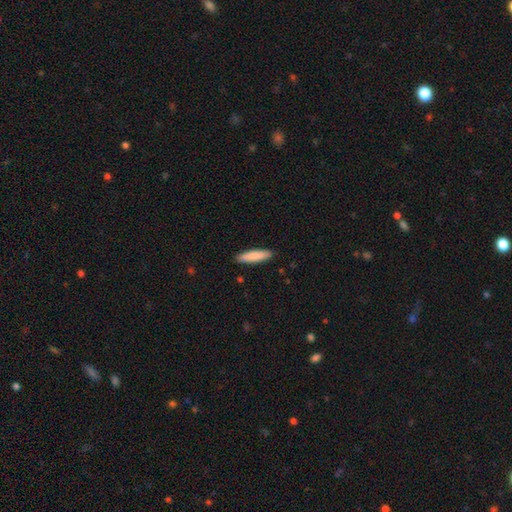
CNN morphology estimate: smooth 86%, featured or disk 9%, star or artifact 5%. Down the decision tree: how rounded — cigar-shaped (74%); merging — none (90%).